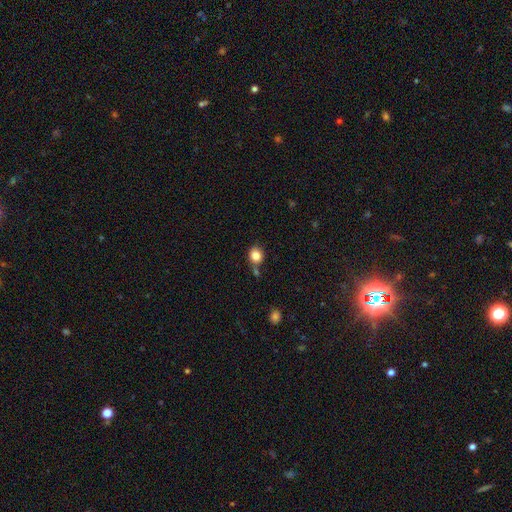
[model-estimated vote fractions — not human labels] smooth_or_featured: smooth (p=0.84) [alt: star or artifact p=0.10]
how_rounded: round (p=0.76) [alt: in between p=0.24]
merging: none (p=0.69) [alt: merger p=0.14]